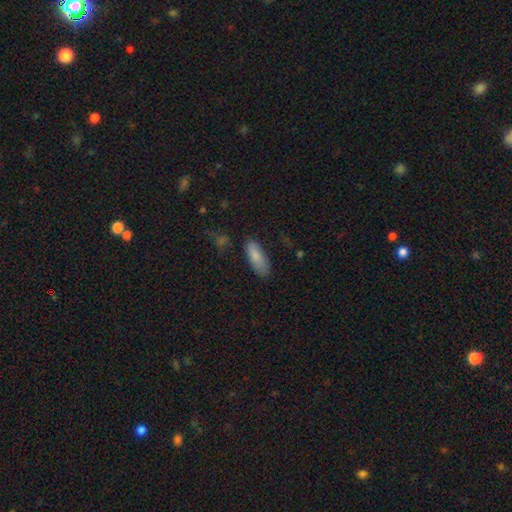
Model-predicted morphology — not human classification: Smooth or featured?
  - smooth: 84% *
  - featured or disk: 9%
  - star or artifact: 7%
How rounded?
  - in between: 71% *
  - cigar-shaped: 27%
  - round: 2%
Merging?
  - none: 71% *
  - minor disturbance: 21%
  - major disturbance: 5%
  - merger: 3%